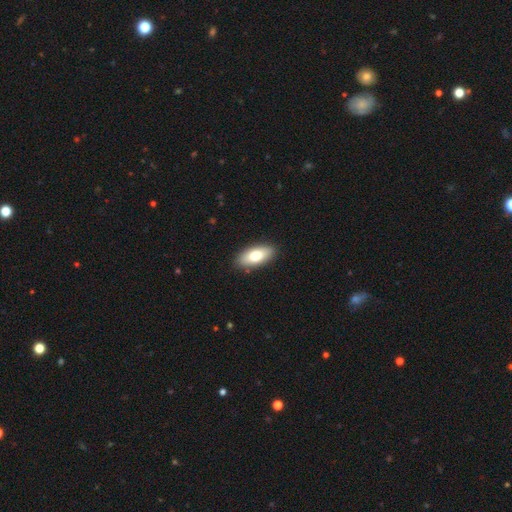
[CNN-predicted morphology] The model was most divided on "smooth or featured": smooth: 74%, featured or disk: 19%, star or artifact: 6%. More confident: merging — none (89%); how rounded — in between (88%).